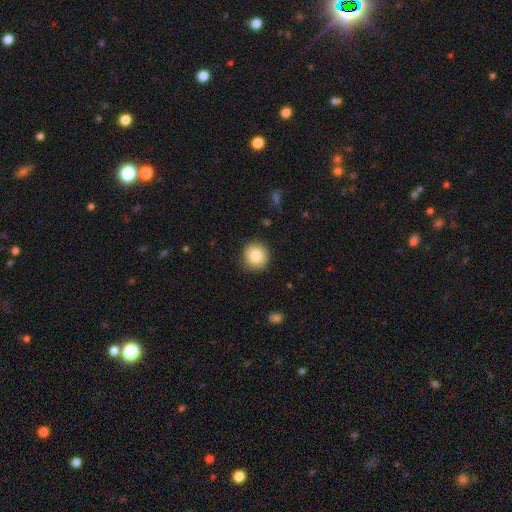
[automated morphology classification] Smooth or featured: smooth — 83% (star or artifact — 9%)
How rounded: round — 93% (in between — 6%)
Merging: none — 90% (minor disturbance — 7%)